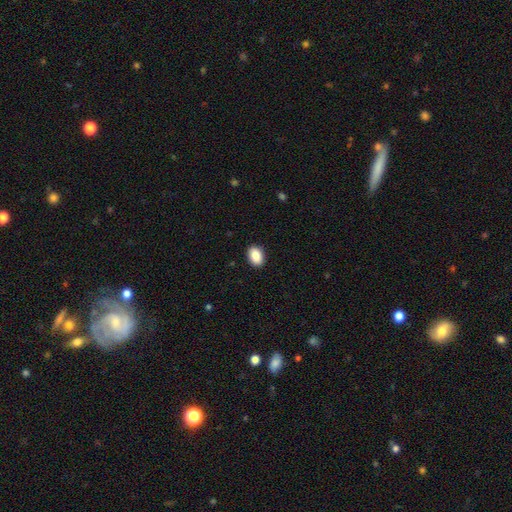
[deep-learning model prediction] Smooth or featured: smooth — 88% (star or artifact — 7%)
How rounded: in between — 84% (round — 15%)
Merging: none — 90% (minor disturbance — 7%)